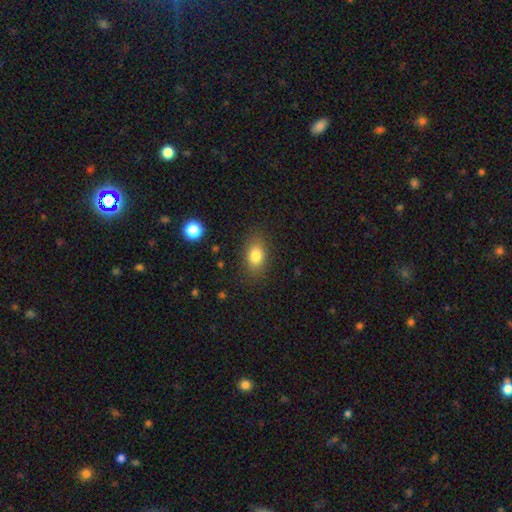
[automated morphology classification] Smooth or featured? Predicted: smooth (p=0.82). How rounded? Predicted: in between (p=0.80). Merging? Predicted: none (p=0.85).